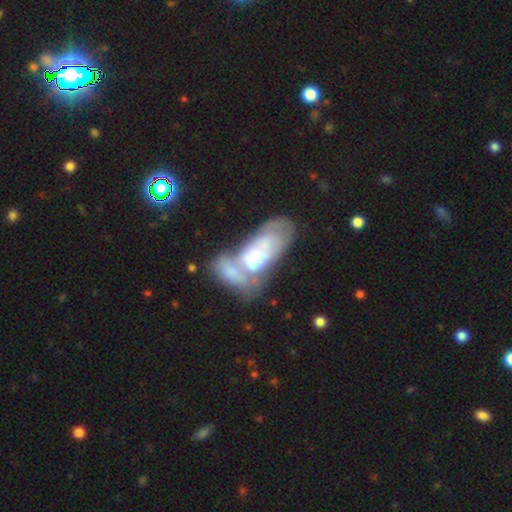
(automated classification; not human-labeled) A featured or disk galaxy (52%). Merging: merger (55%).